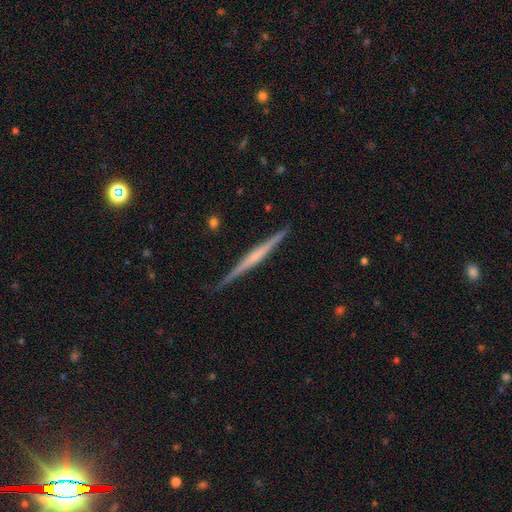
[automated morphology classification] smooth-or-featured: featured or disk: 74% | smooth: 21% | star or artifact: 5%
  disk-edge-on: yes: 98% | no: 2%
    edge-on-bulge: none: 42% | rounded: 41% | boxy: 16%
  merging: none: 90% | minor disturbance: 8% | major disturbance: 1% | merger: 1%